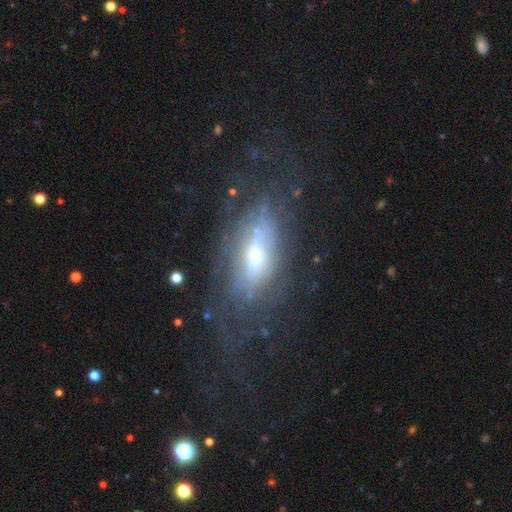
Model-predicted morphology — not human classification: Smooth or featured? featured or disk (66%)
Edge-on disk? no (81%)
Bar? no (56%)
Spiral arms? yes (56%)
Bulge size? moderate (56%)
Merging? none (59%)